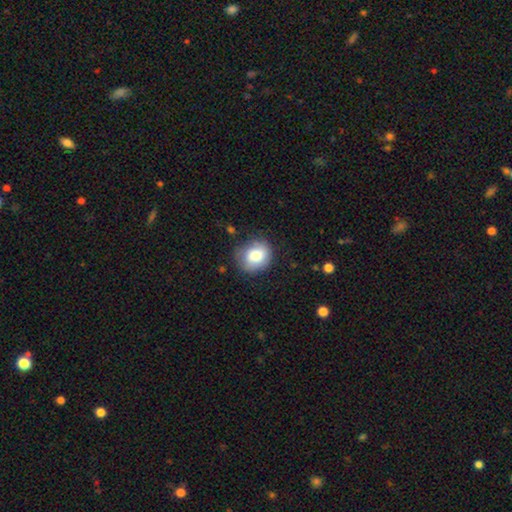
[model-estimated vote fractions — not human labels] smooth 79%, featured or disk 12%, star or artifact 8%. Down the decision tree: how rounded — round (65%); merging — none (72%).